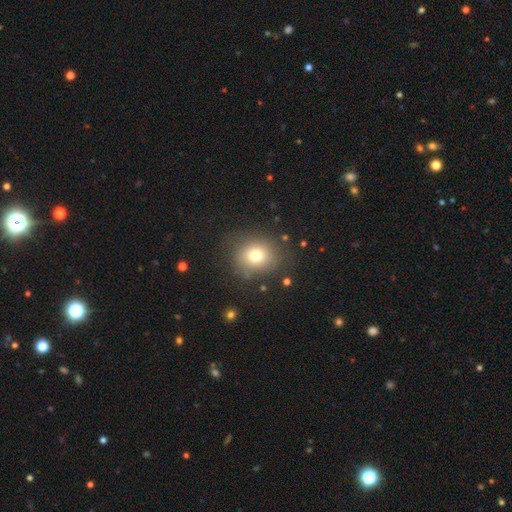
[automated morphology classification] This is likely a smooth galaxy (74%). How rounded: likely round (74%). Merging: likely none (80%).